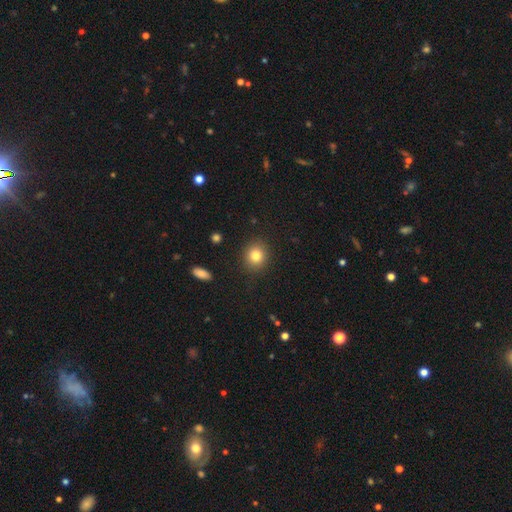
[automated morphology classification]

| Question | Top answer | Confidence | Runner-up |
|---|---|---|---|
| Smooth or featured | smooth | 82% | star or artifact (11%) |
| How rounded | round | 79% | in between (20%) |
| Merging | none | 89% | minor disturbance (7%) |